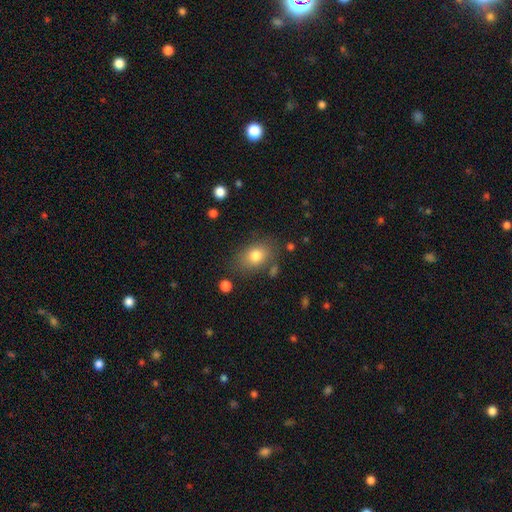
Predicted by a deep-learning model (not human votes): A smooth galaxy with no disk features (79%) that is in between round and cigar-shaped (73%).

Vote fractions:
- Smooth or featured? smooth: 79% / featured or disk: 11% / star or artifact: 10%
- How rounded? in between: 73% / round: 26% / cigar-shaped: 1%
- Merging? none: 77% / minor disturbance: 14% / major disturbance: 5% / merger: 4%